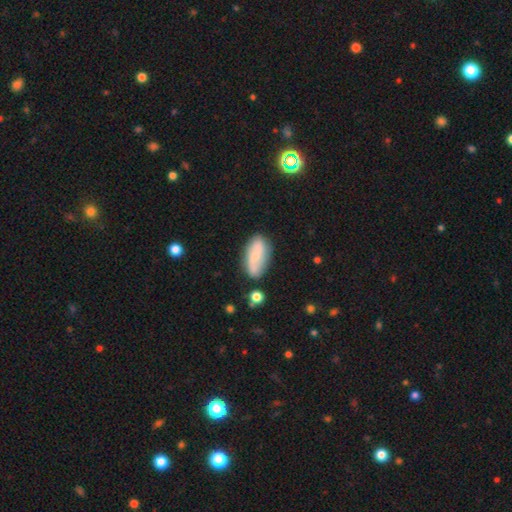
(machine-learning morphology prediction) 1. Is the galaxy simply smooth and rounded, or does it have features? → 50% smooth, 42% featured or disk, 8% star or artifact.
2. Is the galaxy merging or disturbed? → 74% none, 17% minor disturbance, 4% merger, 4% major disturbance.